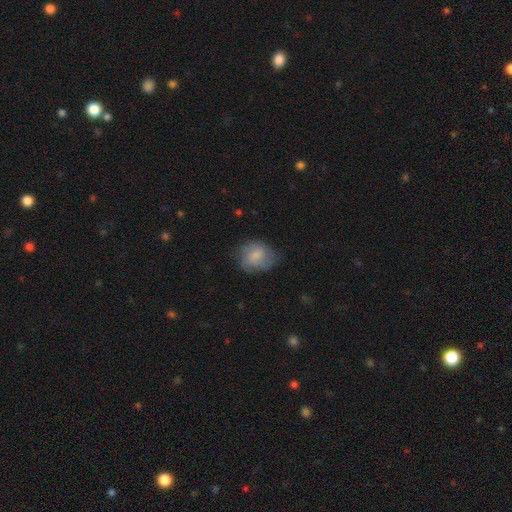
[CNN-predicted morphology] Smooth or featured?
  - smooth: 62% *
  - featured or disk: 31%
  - star or artifact: 7%
How rounded?
  - round: 63% *
  - in between: 36%
  - cigar-shaped: 1%
Merging?
  - none: 65% *
  - minor disturbance: 25%
  - major disturbance: 9%
  - merger: 1%